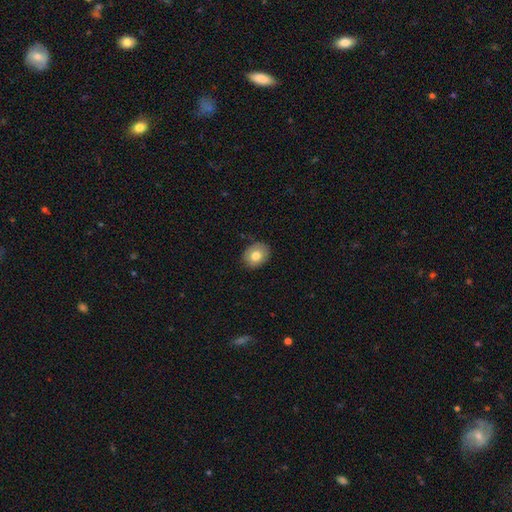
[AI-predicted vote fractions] smooth-or-featured: smooth: 76% | featured or disk: 16% | star or artifact: 8%
  how-rounded: round: 52% | in between: 47% | cigar-shaped: 1%
  merging: none: 83% | minor disturbance: 13% | major disturbance: 3% | merger: 1%